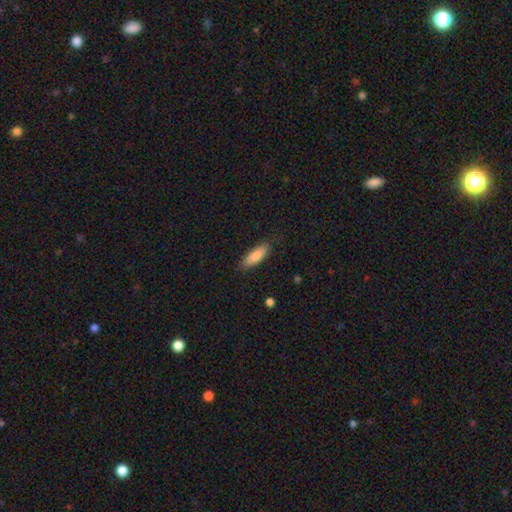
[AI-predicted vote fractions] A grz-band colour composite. It shows a smooth galaxy with no disk features (82%) that is in between round and cigar-shaped (56%). Merging: none (84%).